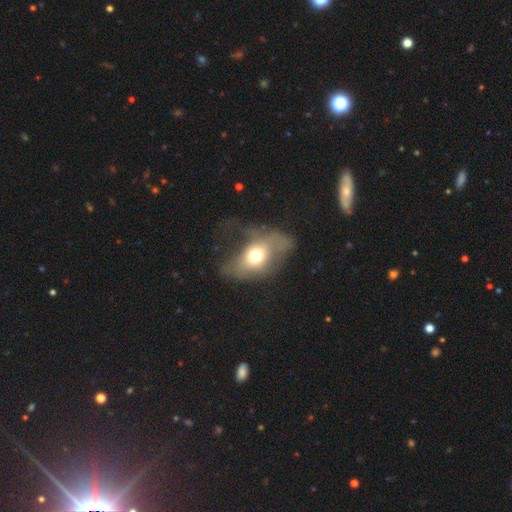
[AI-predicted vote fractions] Smooth or featured: smooth — 55% (featured or disk — 35%)
How rounded: in between — 74% (round — 24%)
Merging: major disturbance — 46% (none — 26%)